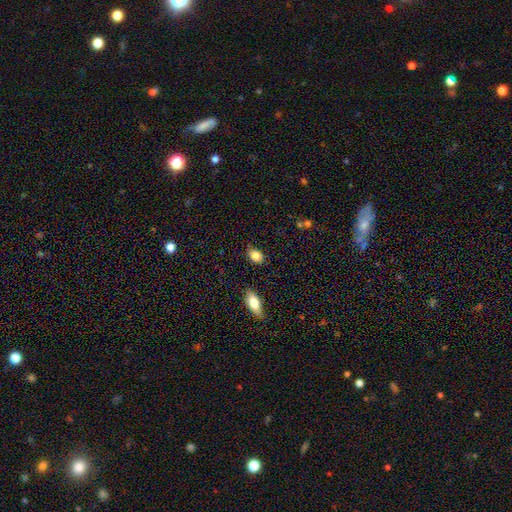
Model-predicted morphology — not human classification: A smooth galaxy with no disk features (84%) that is in between round and cigar-shaped (73%).

Vote fractions:
- Smooth or featured? smooth: 84% / star or artifact: 8% / featured or disk: 7%
- How rounded? in between: 73% / round: 25% / cigar-shaped: 2%
- Merging? none: 84% / minor disturbance: 12% / major disturbance: 2% / merger: 2%